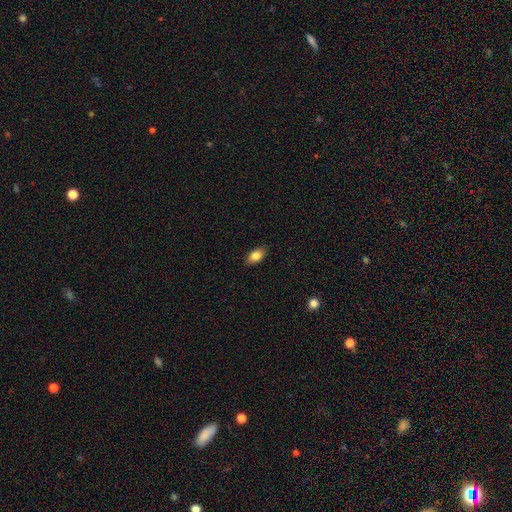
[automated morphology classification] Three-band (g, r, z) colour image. It shows a smooth galaxy with no disk features (83%) that is in between round and cigar-shaped (90%). Merging: none (88%).